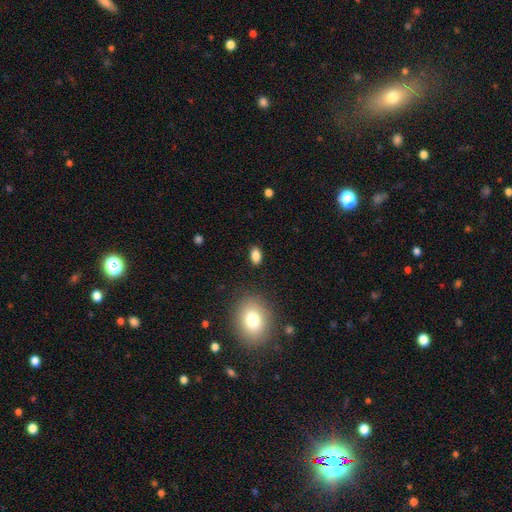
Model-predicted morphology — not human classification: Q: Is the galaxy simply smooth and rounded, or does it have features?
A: smooth — 85%.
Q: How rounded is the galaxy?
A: in between — 88%.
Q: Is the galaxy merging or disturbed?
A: none — 87%.